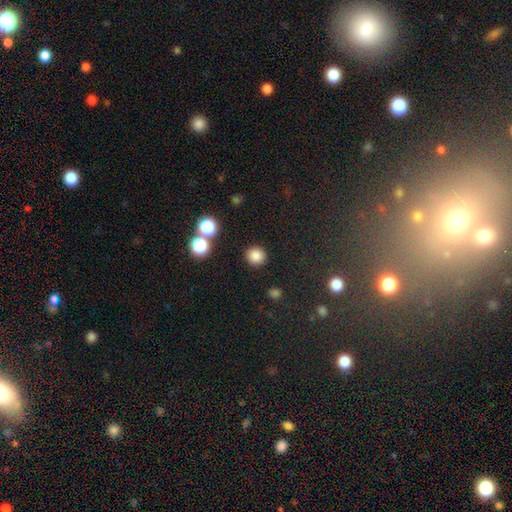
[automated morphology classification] Smooth or featured? Predicted: smooth (p=0.83). How rounded? Predicted: round (p=0.92). Merging? Predicted: none (p=0.88).